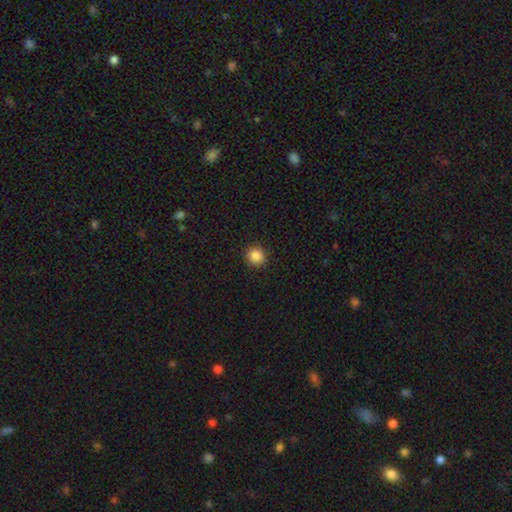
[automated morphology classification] type=smooth (87%); roundness=round (91%); merging=none (91%).